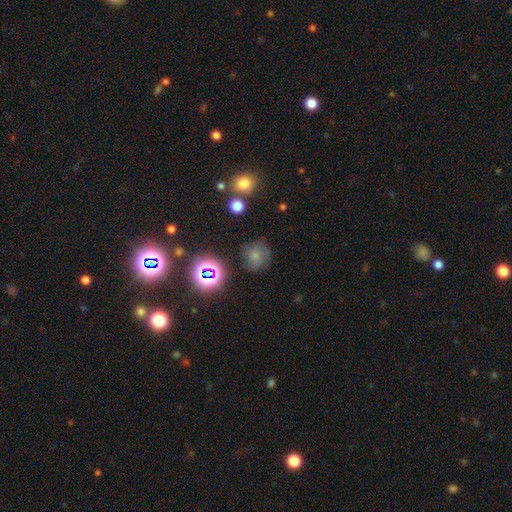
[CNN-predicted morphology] smooth-or-featured: smooth: 62% | star or artifact: 22% | featured or disk: 16%
  how-rounded: round: 82% | in between: 16% | cigar-shaped: 1%
  merging: none: 67% | minor disturbance: 20% | major disturbance: 10% | merger: 3%